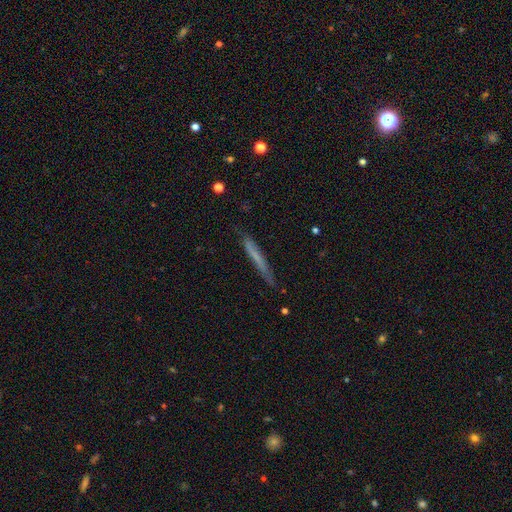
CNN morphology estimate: A smooth galaxy with no disk features (55%) that is cigar-shaped (96%).

Vote fractions:
- Smooth or featured? smooth: 55% / featured or disk: 38% / star or artifact: 7%
- How rounded? cigar-shaped: 96% / in between: 2% / round: 1%
- Merging? none: 79% / minor disturbance: 16% / major disturbance: 3% / merger: 2%